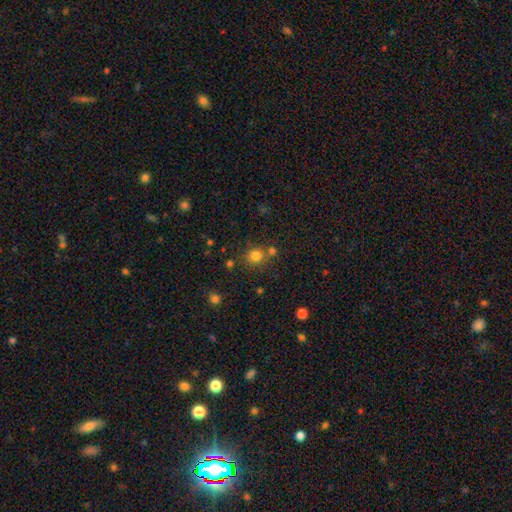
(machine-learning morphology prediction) The model was most divided on "merging": none: 71%, merger: 16%, minor disturbance: 9%, major disturbance: 3%. More confident: how rounded — round (87%); smooth or featured — smooth (79%).